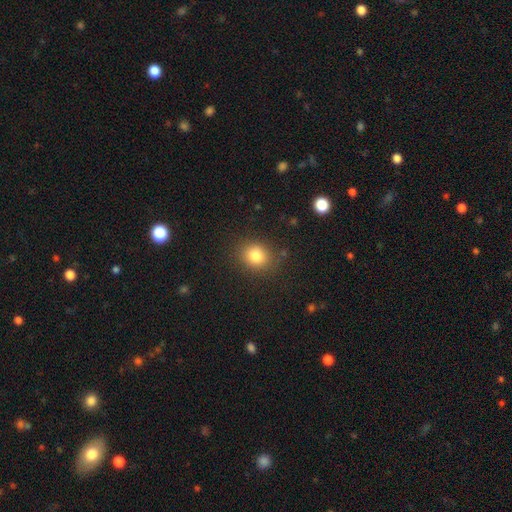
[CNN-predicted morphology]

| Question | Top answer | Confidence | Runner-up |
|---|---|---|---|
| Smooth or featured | smooth | 81% | star or artifact (12%) |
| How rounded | round | 69% | in between (30%) |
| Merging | none | 84% | minor disturbance (11%) |